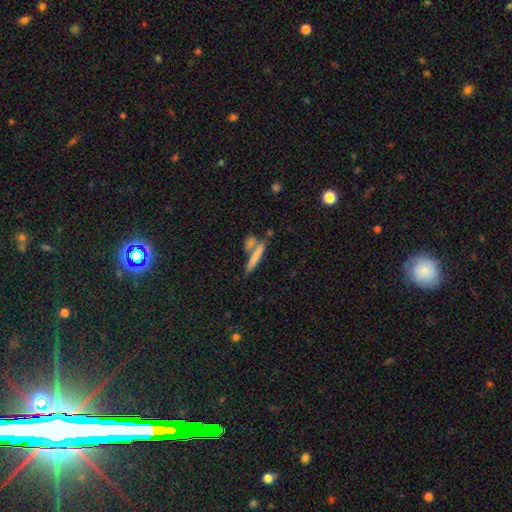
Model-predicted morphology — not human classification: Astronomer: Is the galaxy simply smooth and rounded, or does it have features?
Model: smooth — 70%.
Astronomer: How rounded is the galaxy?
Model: cigar-shaped — 87%.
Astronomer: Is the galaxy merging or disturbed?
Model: none — 57%.